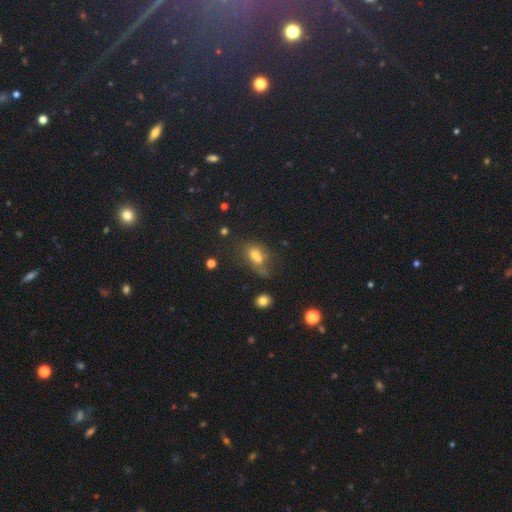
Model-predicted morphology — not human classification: The model was most divided on "merging": none: 34%, merger: 31%, minor disturbance: 20%, major disturbance: 16%. More confident: how rounded — in between (74%); smooth or featured — smooth (62%).